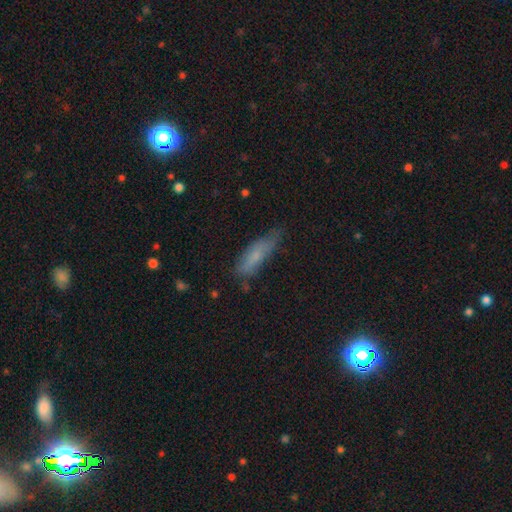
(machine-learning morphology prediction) Smooth or featured?
  - smooth: 73% *
  - featured or disk: 20%
  - star or artifact: 8%
How rounded?
  - cigar-shaped: 56% *
  - in between: 42%
  - round: 2%
Merging?
  - none: 57% *
  - minor disturbance: 32%
  - major disturbance: 8%
  - merger: 2%